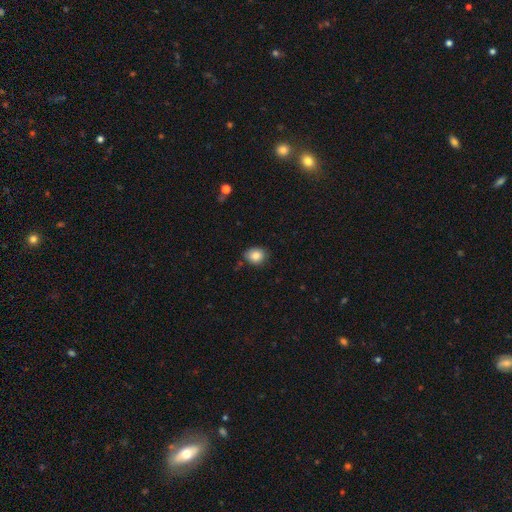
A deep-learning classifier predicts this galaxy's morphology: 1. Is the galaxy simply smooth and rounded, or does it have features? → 85% smooth, 9% star or artifact, 6% featured or disk.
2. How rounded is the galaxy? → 54% round, 45% in between, 1% cigar-shaped.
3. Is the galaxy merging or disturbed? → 75% none, 20% minor disturbance, 3% major disturbance, 2% merger.